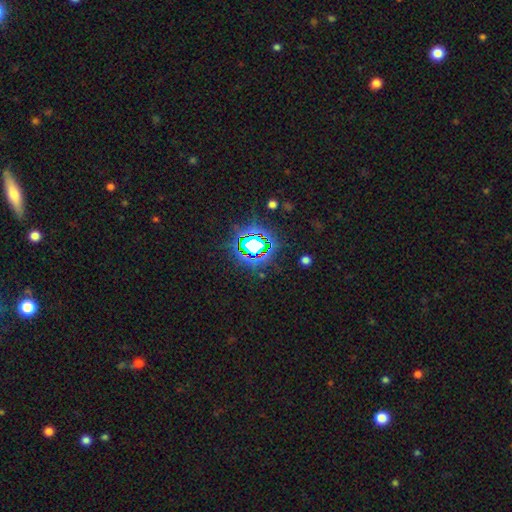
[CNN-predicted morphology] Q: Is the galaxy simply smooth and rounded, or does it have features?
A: star or artifact — 78%.